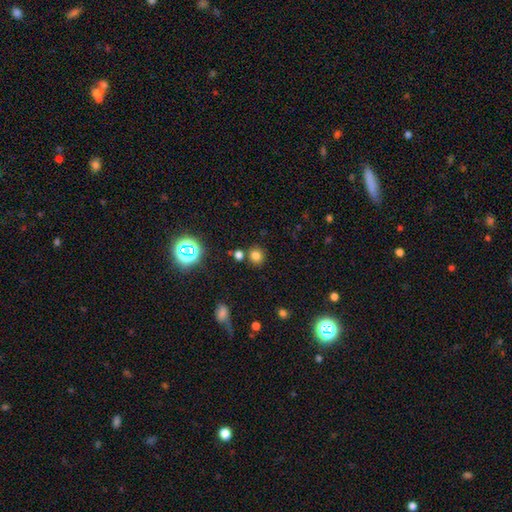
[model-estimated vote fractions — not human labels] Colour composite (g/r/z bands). It shows a smooth galaxy with no disk features (76%) that is round (87%). Merging: none (79%).